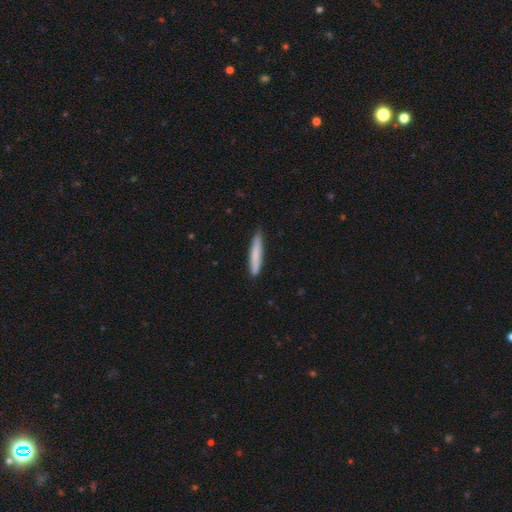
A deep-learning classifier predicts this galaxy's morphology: smooth_or_featured: smooth (p=0.78) [alt: featured or disk p=0.16]
how_rounded: cigar-shaped (p=0.93) [alt: in between p=0.05]
merging: none (p=0.81) [alt: minor disturbance p=0.15]